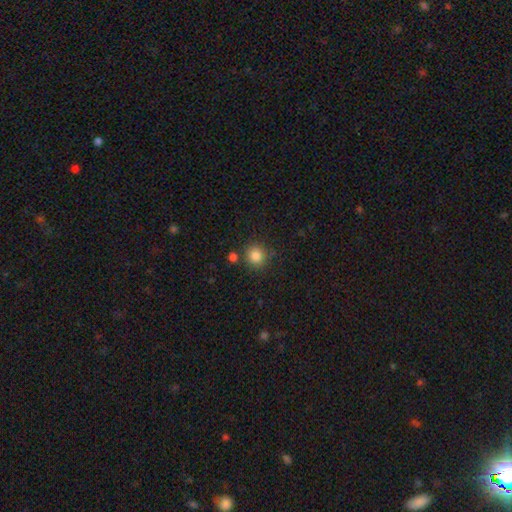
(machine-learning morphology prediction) Smooth or featured? smooth (84%)
How rounded? round (90%)
Merging? none (81%)